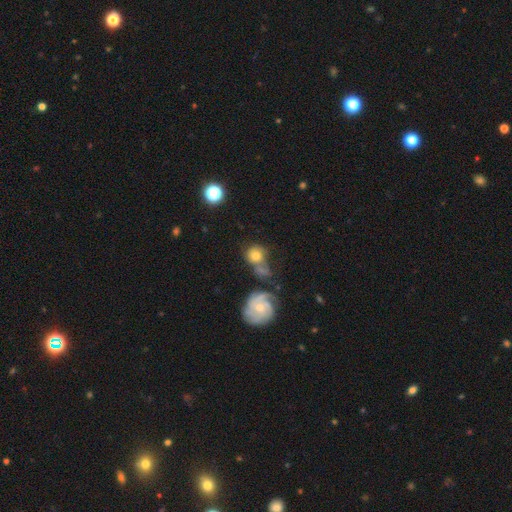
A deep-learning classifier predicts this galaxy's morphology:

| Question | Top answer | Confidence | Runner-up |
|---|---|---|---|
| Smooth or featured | smooth | 56% | featured or disk (35%) |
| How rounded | round | 75% | in between (24%) |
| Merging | none | 38% | merger (37%) |